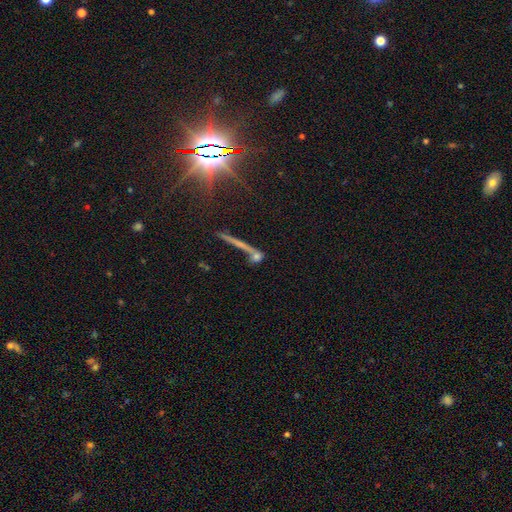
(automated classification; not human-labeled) smooth 58%, featured or disk 27%, star or artifact 15%. Down the decision tree: how rounded — cigar-shaped (40%); merging — none (53%).